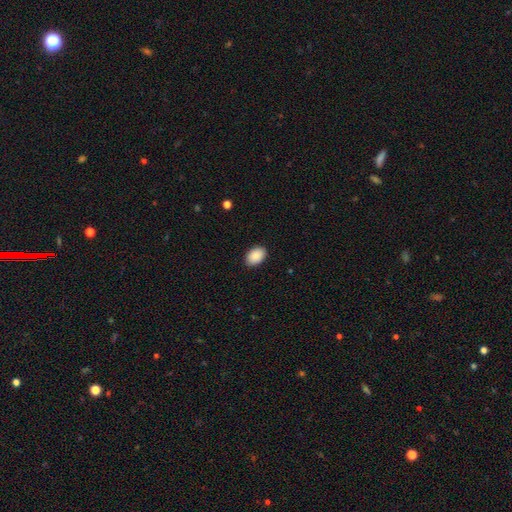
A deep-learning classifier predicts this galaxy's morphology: Smooth or featured: smooth — 90% (star or artifact — 7%)
How rounded: in between — 86% (round — 13%)
Merging: none — 90% (minor disturbance — 7%)